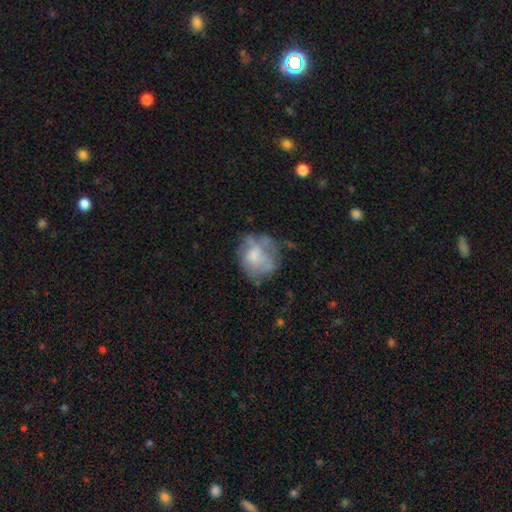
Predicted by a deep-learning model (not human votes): smooth 48%, featured or disk 42%, star or artifact 10%. Down the decision tree: merging — none (47%).